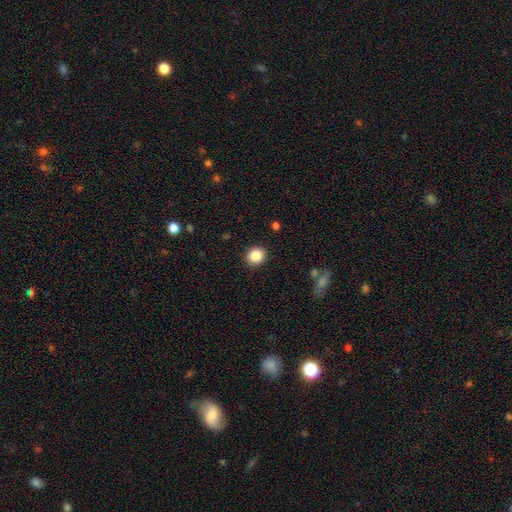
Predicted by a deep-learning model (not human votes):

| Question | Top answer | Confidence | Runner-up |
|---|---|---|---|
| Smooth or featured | smooth | 86% | star or artifact (10%) |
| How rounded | round | 83% | in between (16%) |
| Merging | none | 91% | minor disturbance (6%) |